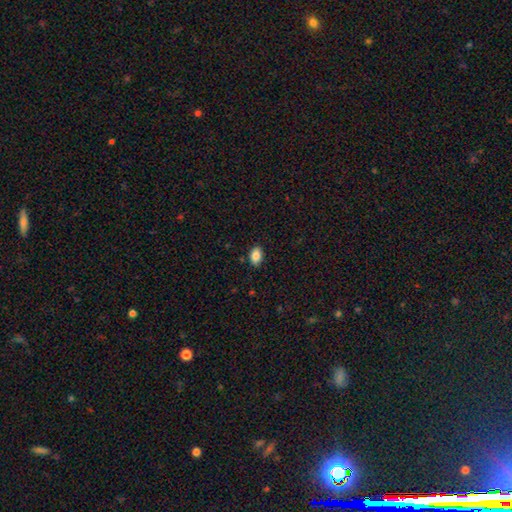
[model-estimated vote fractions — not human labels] Smooth or featured? Predicted: smooth (p=0.88). How rounded? Predicted: in between (p=0.90). Merging? Predicted: none (p=0.88).